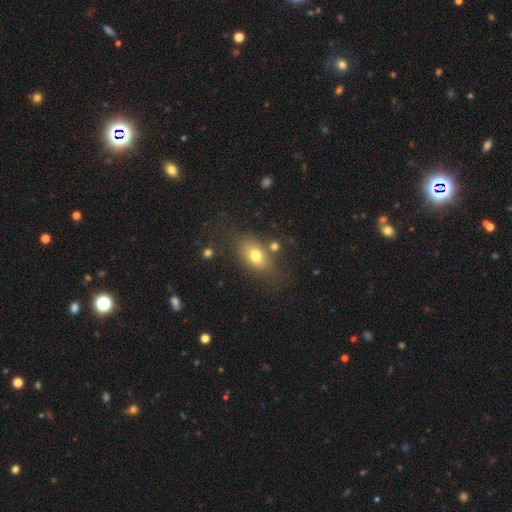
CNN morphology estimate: Q: Smooth or featured?
A: smooth (75%); runner-up: featured or disk (15%)
Q: How rounded?
A: in between (80%); runner-up: round (17%)
Q: Merging?
A: none (69%); runner-up: minor disturbance (16%)